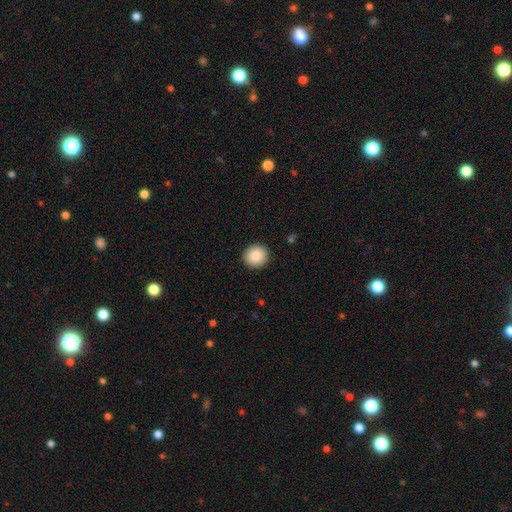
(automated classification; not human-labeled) Smooth or featured?
  - smooth: 88% *
  - star or artifact: 8%
  - featured or disk: 4%
How rounded?
  - round: 92% *
  - in between: 7%
  - cigar-shaped: 1%
Merging?
  - none: 92% *
  - minor disturbance: 5%
  - major disturbance: 2%
  - merger: 1%